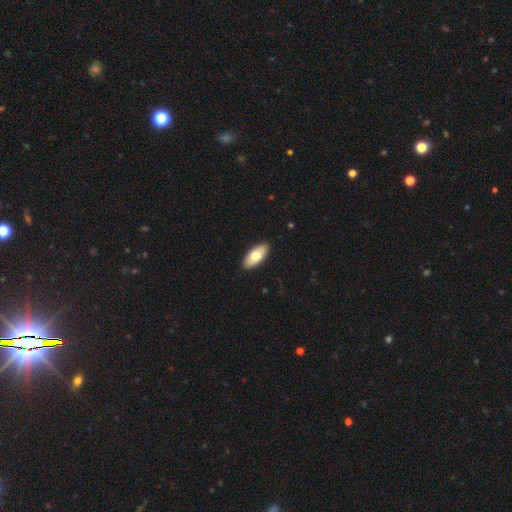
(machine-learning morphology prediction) This is likely a smooth galaxy (71%). How rounded: clearly in between (88%). Merging: clearly none (91%).